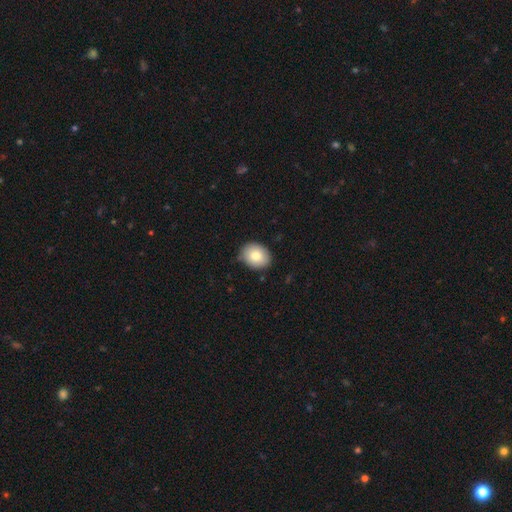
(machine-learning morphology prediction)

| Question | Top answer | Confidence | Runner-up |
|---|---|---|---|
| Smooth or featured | smooth | 81% | featured or disk (11%) |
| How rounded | in between | 51% | round (48%) |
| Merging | none | 83% | minor disturbance (14%) |